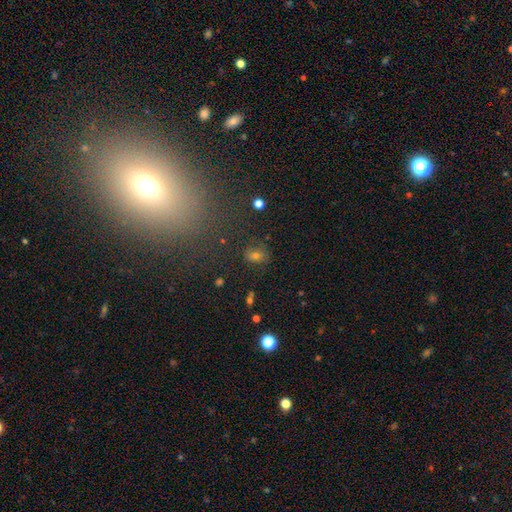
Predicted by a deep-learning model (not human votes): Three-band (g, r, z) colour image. It shows a smooth galaxy with no disk features (62%) that is round (51%). Merging: none (76%).